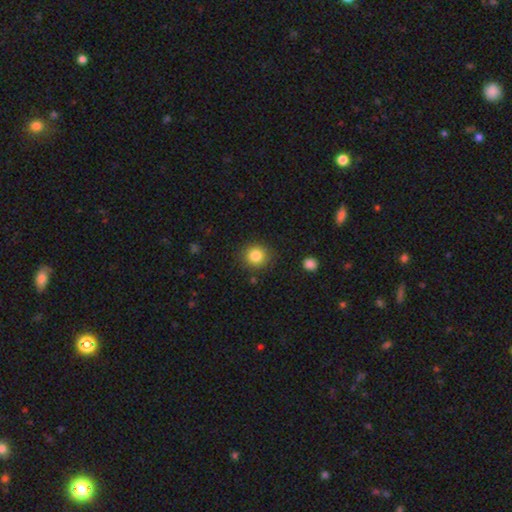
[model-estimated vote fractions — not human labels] Q: Smooth or featured?
A: smooth (84%); runner-up: star or artifact (10%)
Q: How rounded?
A: round (88%); runner-up: in between (11%)
Q: Merging?
A: none (86%); runner-up: minor disturbance (9%)